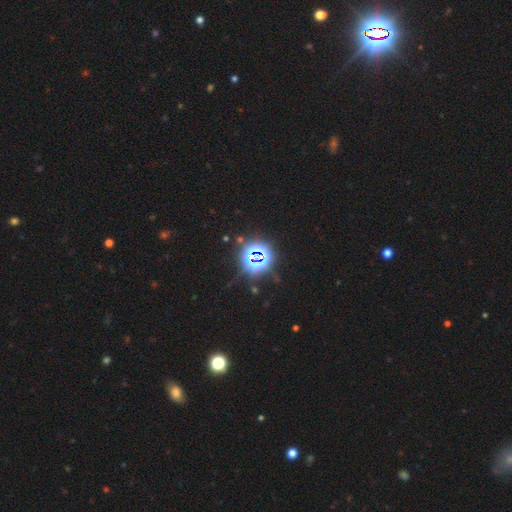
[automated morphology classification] star or artifact 81%, smooth 12%, featured or disk 8%.